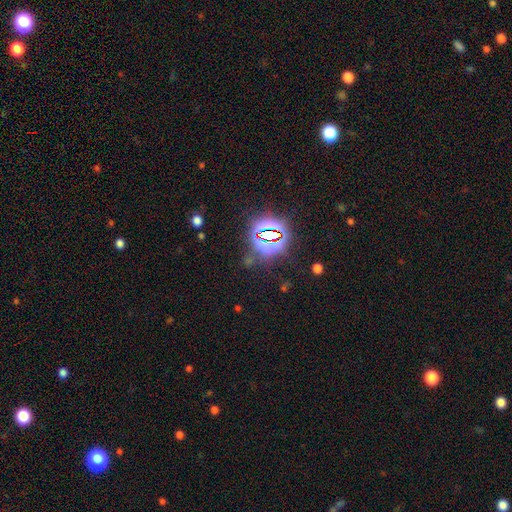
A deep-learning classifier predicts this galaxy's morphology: Q: Smooth or featured?
A: star or artifact (83%); runner-up: smooth (10%)